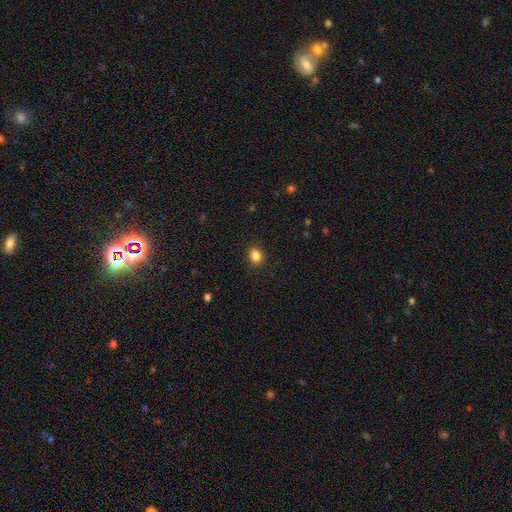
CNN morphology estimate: Smooth or featured: smooth — 85% (star or artifact — 11%)
How rounded: round — 54% (in between — 45%)
Merging: none — 87% (minor disturbance — 9%)